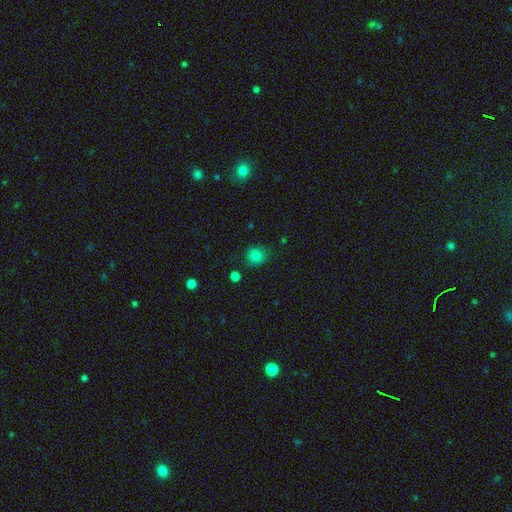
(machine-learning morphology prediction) smooth_or_featured: smooth (p=0.82) [alt: star or artifact p=0.13]
how_rounded: round (p=0.84) [alt: in between p=0.15]
merging: none (p=0.81) [alt: minor disturbance p=0.13]